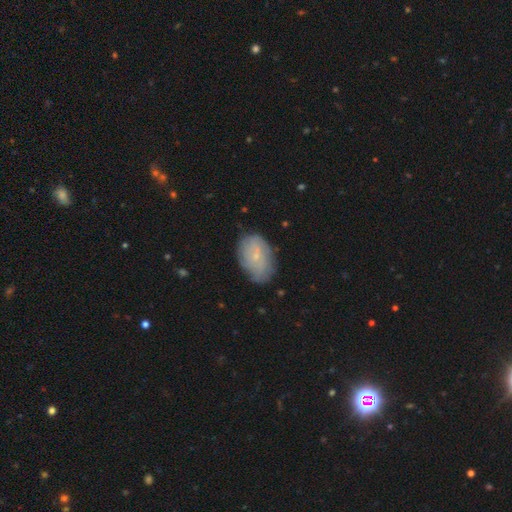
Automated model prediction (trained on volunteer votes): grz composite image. It shows a smooth galaxy with no disk features (54%) that is in between round and cigar-shaped (86%). Merging: none (69%).